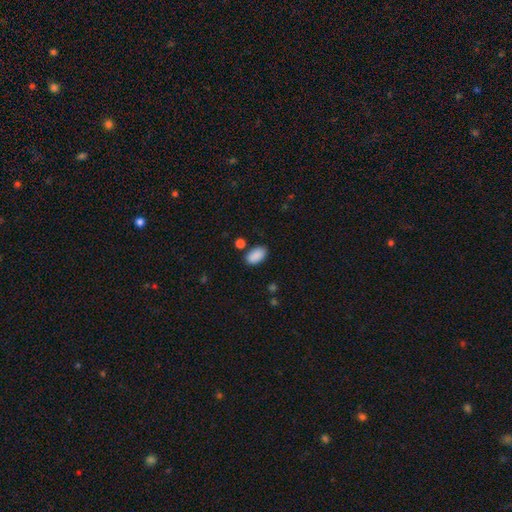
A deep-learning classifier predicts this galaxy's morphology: Q: Smooth or featured?
A: smooth (89%); runner-up: star or artifact (7%)
Q: How rounded?
A: in between (94%); runner-up: round (4%)
Q: Merging?
A: none (80%); runner-up: minor disturbance (12%)